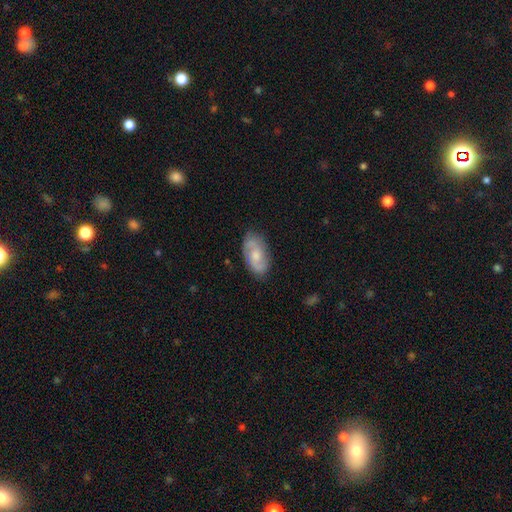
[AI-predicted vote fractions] A featured or disk galaxy (64%) with no bar (57%), 2 (81%) medium (46%) spiral arms (90%) and a moderate central bulge (54%).

Vote fractions:
- Smooth or featured? featured or disk: 64% / smooth: 30% / star or artifact: 6%
- Edge-on disk? no: 95% / yes: 5%
- Bar? no: 57% / weak: 38% / strong: 5%
- Spiral arms? yes: 90% / no: 10%
- Spiral winding? medium: 46% / loose: 27% / tight: 27%
- Spiral arm count? 2: 81% / can't tell: 11% / 1: 3% / 3: 2% / 4: 1% / more than 4: 1%
- Bulge size? moderate: 54% / small: 33% / none: 7% / large: 5% / dominant: 1%
- Merging? none: 79% / minor disturbance: 16% / major disturbance: 4% / merger: 1%